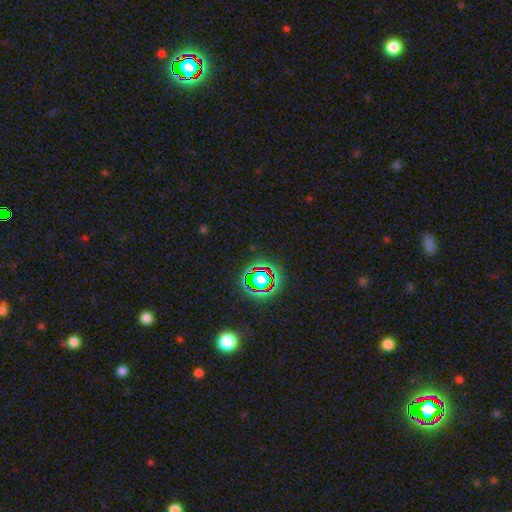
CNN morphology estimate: Smooth or featured? Predicted: star or artifact (p=0.76).